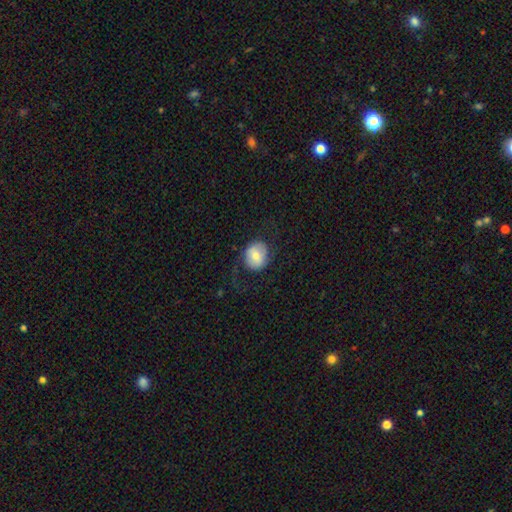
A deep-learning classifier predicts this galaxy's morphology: The model was most divided on "smooth or featured": smooth: 62%, featured or disk: 30%, star or artifact: 8%. More confident: how rounded — round (70%); merging — none (65%).